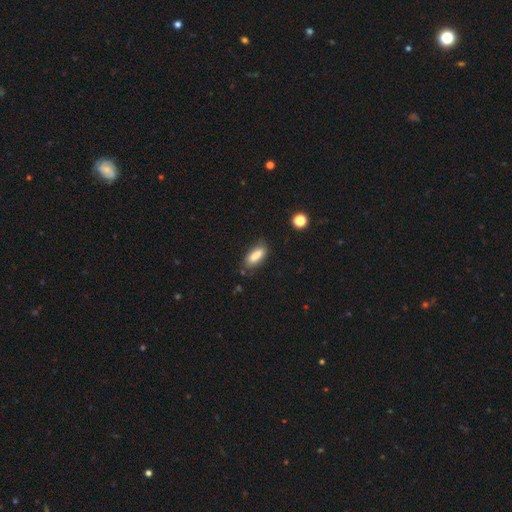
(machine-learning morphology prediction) A smooth galaxy with no disk features (82%) that is in between round and cigar-shaped (69%).

Vote fractions:
- Smooth or featured? smooth: 82% / featured or disk: 10% / star or artifact: 8%
- How rounded? in between: 69% / cigar-shaped: 28% / round: 3%
- Merging? none: 73% / minor disturbance: 19% / major disturbance: 5% / merger: 4%